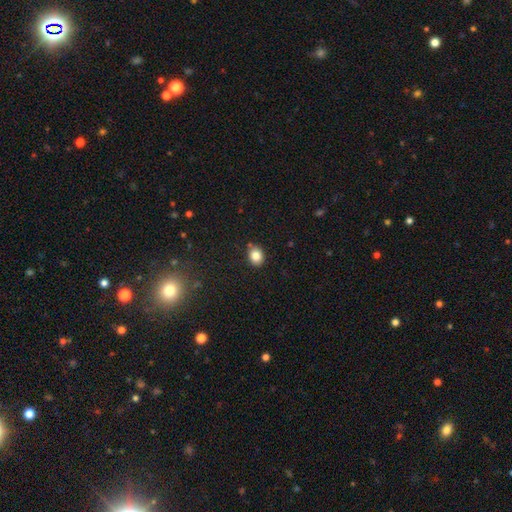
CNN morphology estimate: This appears to be a smooth galaxy with no disk features (84%) that is round (54%). Merging: none (83%).